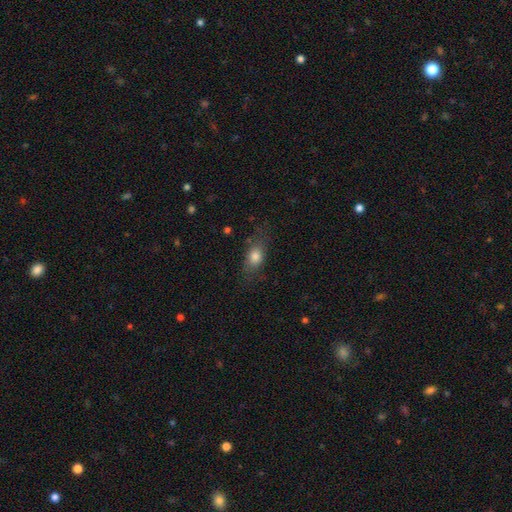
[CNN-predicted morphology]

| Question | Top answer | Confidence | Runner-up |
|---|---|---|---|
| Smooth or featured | smooth | 77% | featured or disk (14%) |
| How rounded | in between | 72% | round (17%) |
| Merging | none | 66% | minor disturbance (22%) |